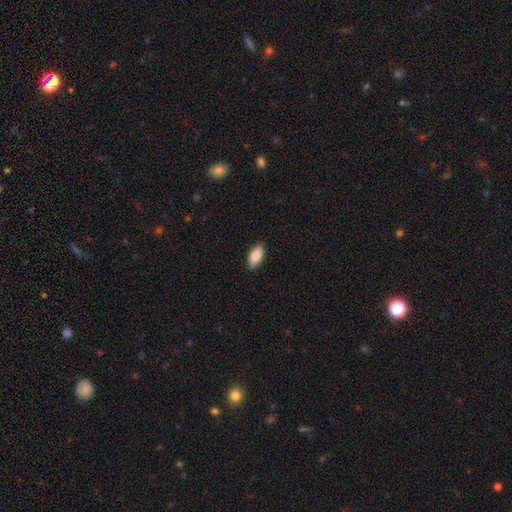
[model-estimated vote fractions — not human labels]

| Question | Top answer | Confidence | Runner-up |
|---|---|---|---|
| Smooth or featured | smooth | 89% | star or artifact (6%) |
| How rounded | in between | 90% | cigar-shaped (8%) |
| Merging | none | 87% | minor disturbance (10%) |